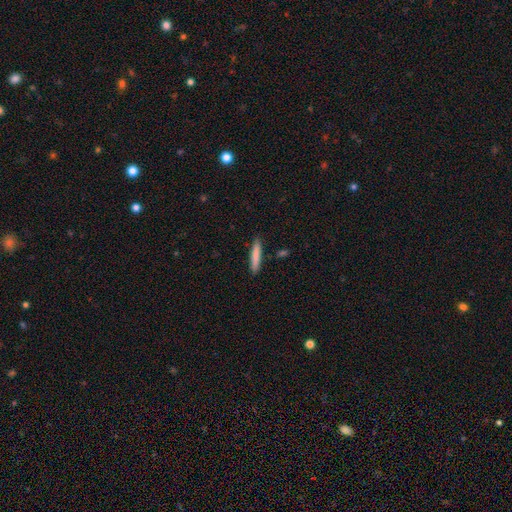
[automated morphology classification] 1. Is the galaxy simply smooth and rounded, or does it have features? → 82% smooth, 13% featured or disk, 6% star or artifact.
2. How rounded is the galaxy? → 91% cigar-shaped, 7% in between, 1% round.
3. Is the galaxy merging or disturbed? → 89% none, 8% minor disturbance, 2% merger, 2% major disturbance.